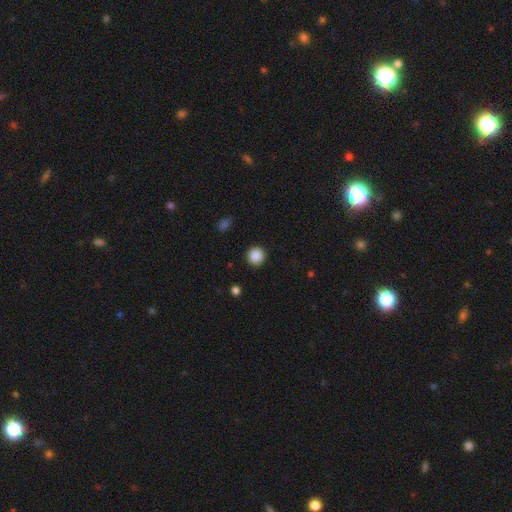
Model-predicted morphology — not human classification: Smooth or featured? Predicted: smooth (p=0.88). How rounded? Predicted: round (p=0.94). Merging? Predicted: none (p=0.92).